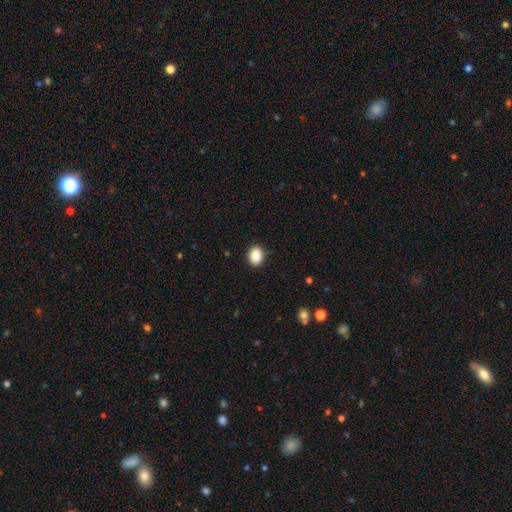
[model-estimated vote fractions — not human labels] A smooth galaxy with no disk features (89%) that is in between round and cigar-shaped (60%). Merging: none (88%).